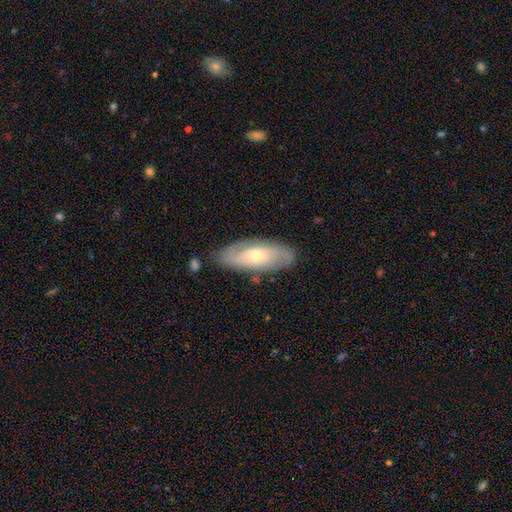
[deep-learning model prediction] This is likely a featured or disk galaxy (66%). It is clearly not viewed edge-on (86%). Bar: likely no (67%). Spiral arm pattern: likely yes (79%). Central bulge: possibly moderate (56%). Merging: likely none (79%).